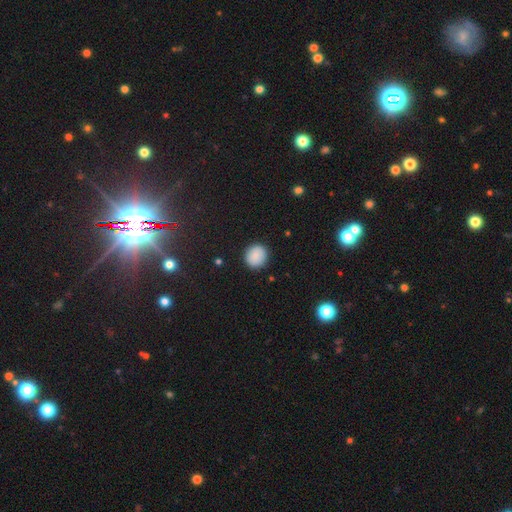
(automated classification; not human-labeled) A smooth galaxy with no disk features (87%) that is round (90%).

Vote fractions:
- Smooth or featured? smooth: 87% / star or artifact: 8% / featured or disk: 4%
- How rounded? round: 90% / in between: 9% / cigar-shaped: 1%
- Merging? none: 91% / minor disturbance: 6% / major disturbance: 2% / merger: 1%